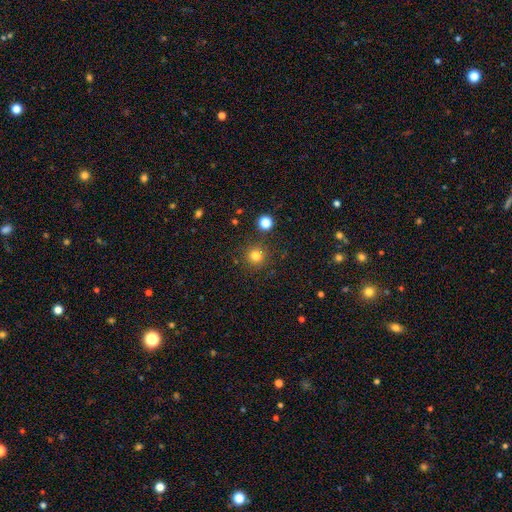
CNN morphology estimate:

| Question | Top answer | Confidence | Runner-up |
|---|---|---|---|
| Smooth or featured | smooth | 80% | star or artifact (15%) |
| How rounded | round | 95% | in between (4%) |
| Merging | none | 87% | minor disturbance (7%) |